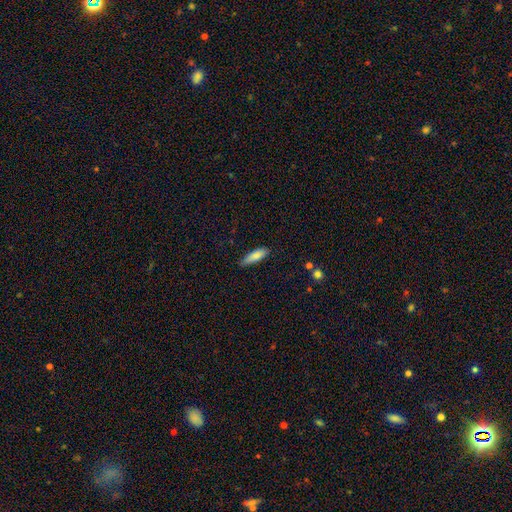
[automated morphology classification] Overall: smooth (83%). How rounded: in between (50%; cigar-shaped 48%). Merging: none (73%).